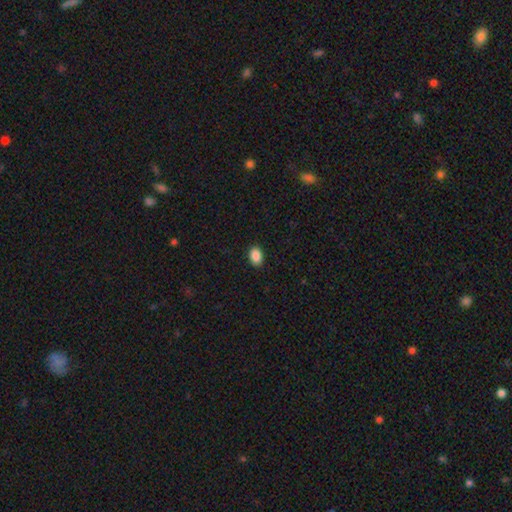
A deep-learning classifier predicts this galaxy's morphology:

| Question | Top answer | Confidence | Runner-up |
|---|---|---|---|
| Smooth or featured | smooth | 89% | star or artifact (8%) |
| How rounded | in between | 84% | round (15%) |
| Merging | none | 90% | minor disturbance (7%) |